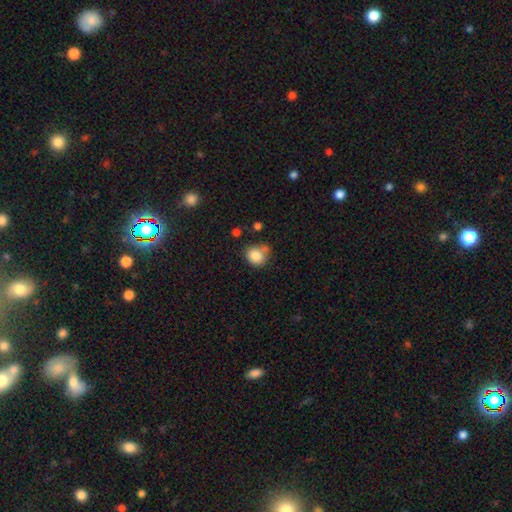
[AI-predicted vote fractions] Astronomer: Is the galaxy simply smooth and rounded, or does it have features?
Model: smooth — 83%.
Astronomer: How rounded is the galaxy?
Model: round — 71%.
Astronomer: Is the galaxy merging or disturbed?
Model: none — 54%.